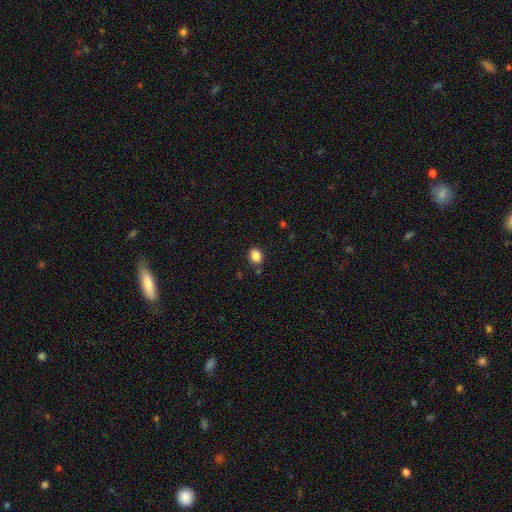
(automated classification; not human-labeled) The model was most divided on "how rounded": in between: 59%, round: 40%, cigar-shaped: 1%. More confident: smooth or featured — smooth (86%); merging — none (83%).